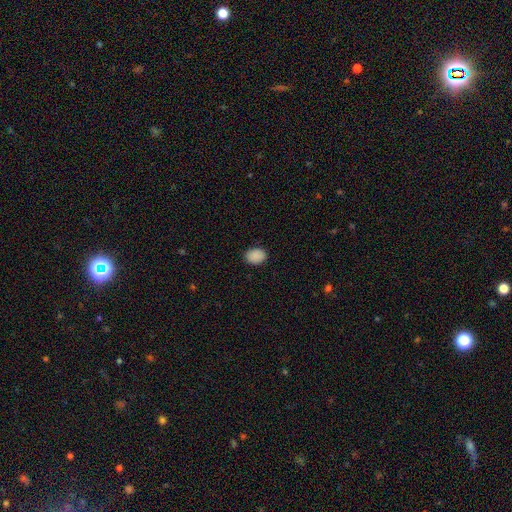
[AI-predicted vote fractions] Overall: smooth (90%). How rounded: in between (69%; round 30%). Merging: none (88%).